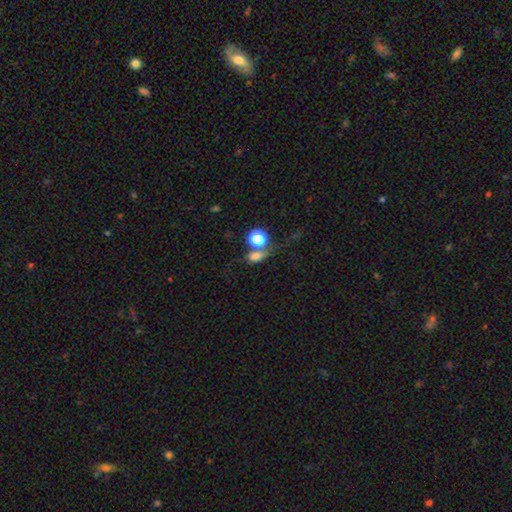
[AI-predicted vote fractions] smooth-or-featured: smooth: 73% | star or artifact: 17% | featured or disk: 10%
  how-rounded: in between: 53% | round: 43% | cigar-shaped: 4%
  merging: none: 44% | merger: 32% | minor disturbance: 13% | major disturbance: 11%